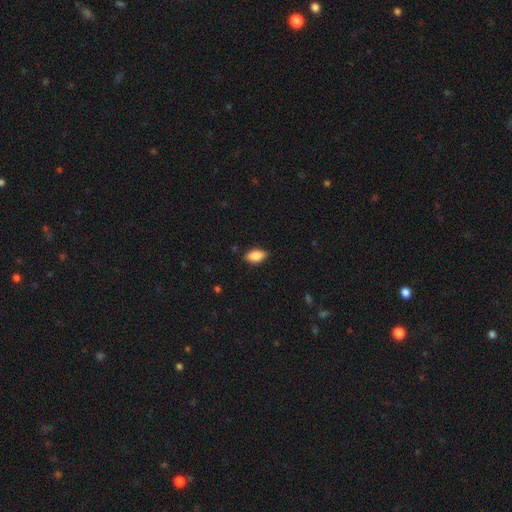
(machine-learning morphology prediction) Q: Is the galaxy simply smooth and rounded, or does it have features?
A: smooth — 87%.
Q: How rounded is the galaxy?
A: in between — 92%.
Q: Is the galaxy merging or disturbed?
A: none — 85%.